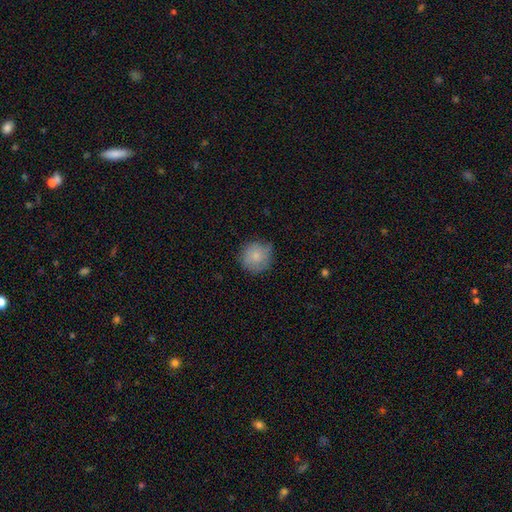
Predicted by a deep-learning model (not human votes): Smooth or featured?
  - smooth: 81% *
  - featured or disk: 11%
  - star or artifact: 8%
How rounded?
  - round: 93% *
  - in between: 6%
  - cigar-shaped: 1%
Merging?
  - none: 73% *
  - minor disturbance: 22%
  - major disturbance: 4%
  - merger: 1%